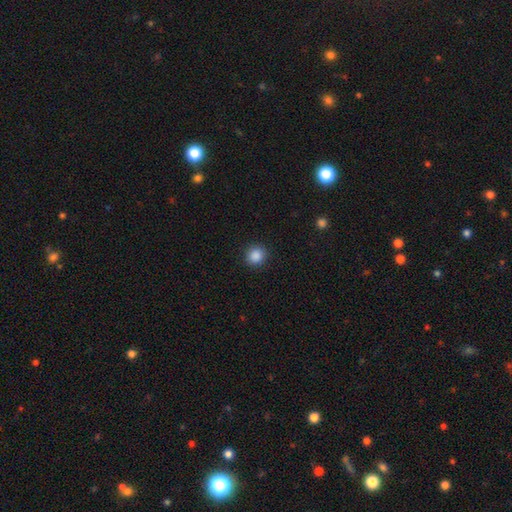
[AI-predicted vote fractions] Smooth or featured? smooth (87%)
How rounded? round (88%)
Merging? none (91%)